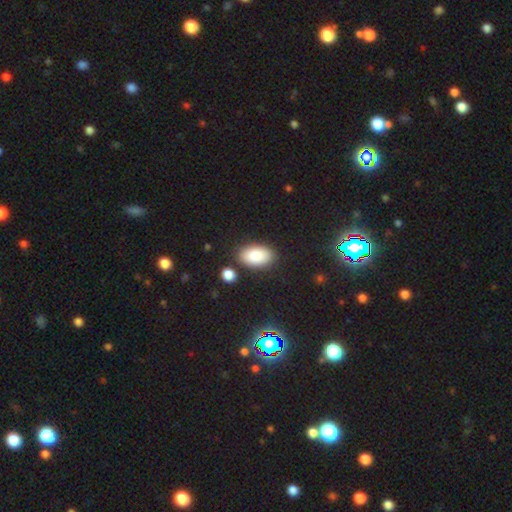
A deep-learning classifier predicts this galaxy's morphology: smooth 88%, star or artifact 7%, featured or disk 5%. Down the decision tree: how rounded — in between (94%); merging — none (82%).